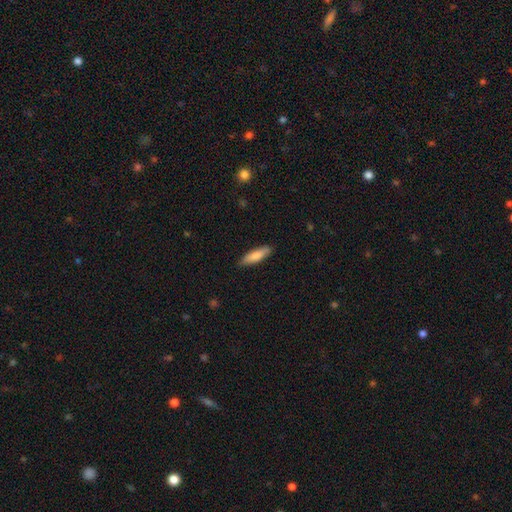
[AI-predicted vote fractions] Q: Smooth or featured?
A: smooth (80%); runner-up: featured or disk (14%)
Q: How rounded?
A: cigar-shaped (65%); runner-up: in between (33%)
Q: Merging?
A: none (87%); runner-up: minor disturbance (10%)